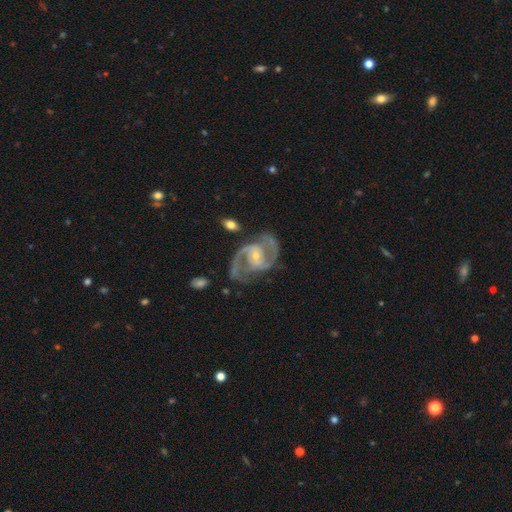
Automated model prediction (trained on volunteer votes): Overall: featured or disk (92%). Edge-on disk: no (98%). Bar: no (41%; weak 40%). Spiral arms: yes (98%). Spiral arm count: 2 (91%). Spiral winding: medium (62%). Bulge size: small (60%; moderate 35%). Merging: none (69%).